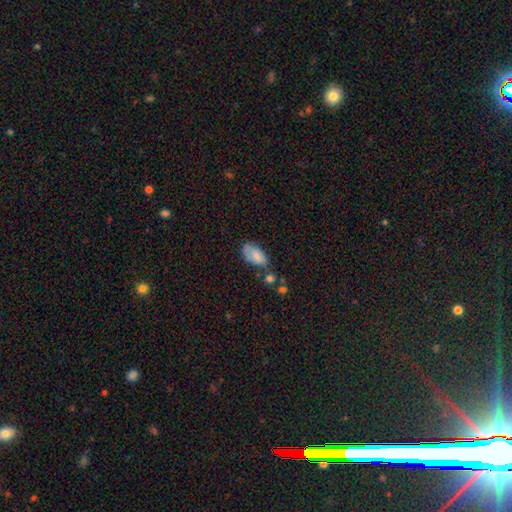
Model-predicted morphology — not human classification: A smooth galaxy with no disk features (74%) that is in between round and cigar-shaped (93%).

Vote fractions:
- Smooth or featured? smooth: 74% / featured or disk: 18% / star or artifact: 8%
- How rounded? in between: 93% / round: 4% / cigar-shaped: 4%
- Merging? none: 46% / minor disturbance: 32% / major disturbance: 12% / merger: 10%